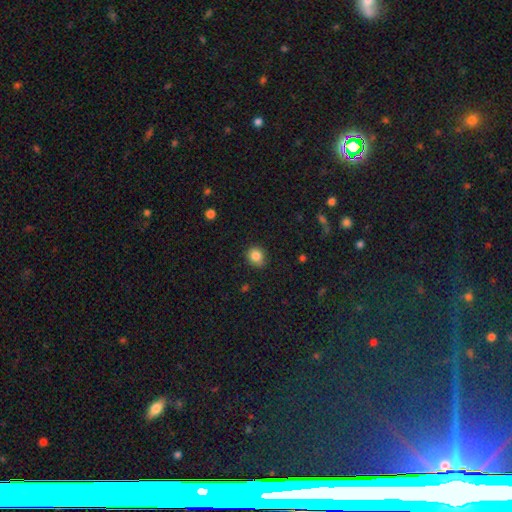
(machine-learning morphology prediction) This is clearly a smooth galaxy (85%). How rounded: likely round (76%). Merging: likely none (80%).